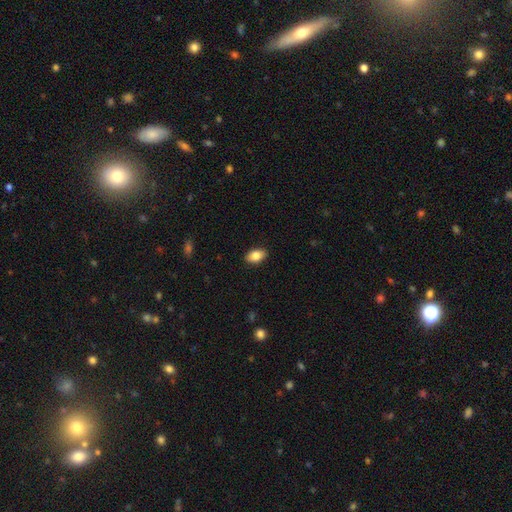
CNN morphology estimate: type=smooth (85%); roundness=in between (89%); merging=none (89%).